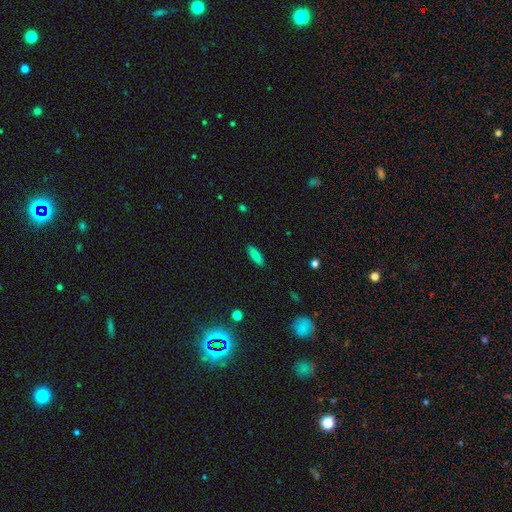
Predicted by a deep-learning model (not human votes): Overall: smooth (76%). How rounded: in between (63%; cigar-shaped 34%). Merging: none (88%).